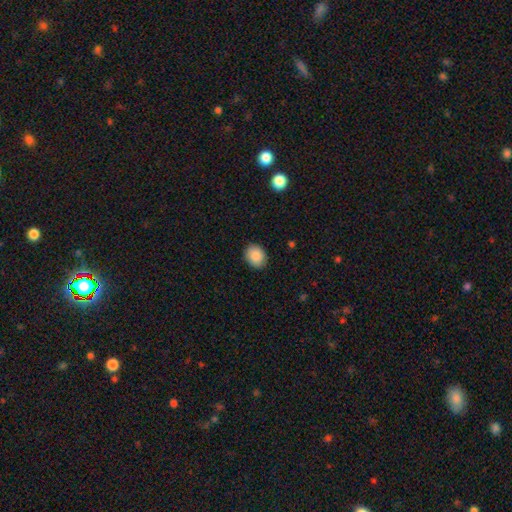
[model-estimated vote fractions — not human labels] This is clearly a smooth galaxy (88%). How rounded: possibly in between (51%). Merging: clearly none (88%).